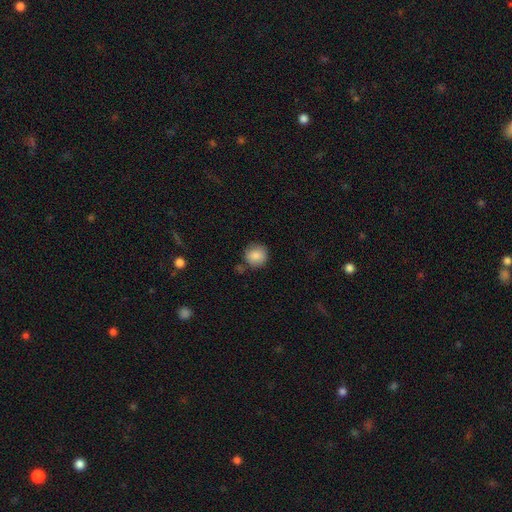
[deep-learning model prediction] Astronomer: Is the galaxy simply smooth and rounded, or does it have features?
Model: smooth — 86%.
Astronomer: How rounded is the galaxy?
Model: round — 92%.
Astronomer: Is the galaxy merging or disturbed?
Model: none — 79%.